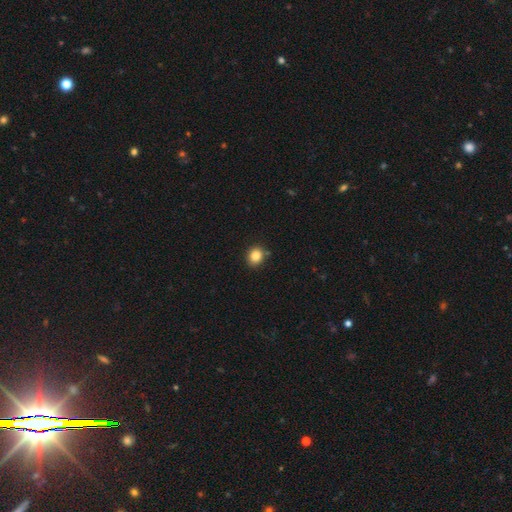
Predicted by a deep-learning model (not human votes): Overall: smooth (85%). How rounded: round (77%). Merging: none (84%).